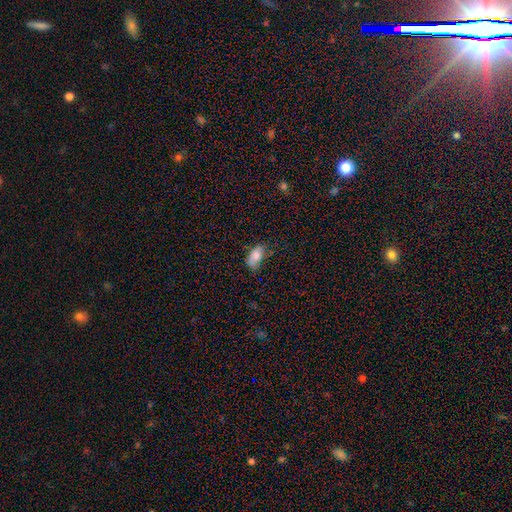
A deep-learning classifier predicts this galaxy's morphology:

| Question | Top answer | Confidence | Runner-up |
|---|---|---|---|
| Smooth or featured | smooth | 80% | featured or disk (11%) |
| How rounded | in between | 91% | round (6%) |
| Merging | none | 46% | minor disturbance (36%) |